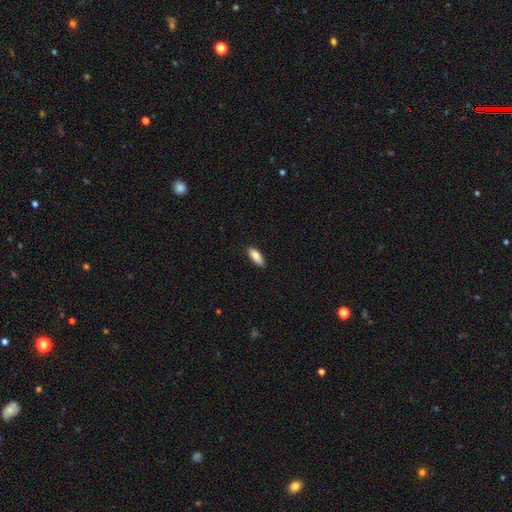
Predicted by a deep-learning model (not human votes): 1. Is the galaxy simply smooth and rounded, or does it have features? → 86% smooth, 8% featured or disk, 6% star or artifact.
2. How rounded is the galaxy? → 70% in between, 28% cigar-shaped, 2% round.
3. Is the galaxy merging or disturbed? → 86% none, 11% minor disturbance, 2% major disturbance, 1% merger.